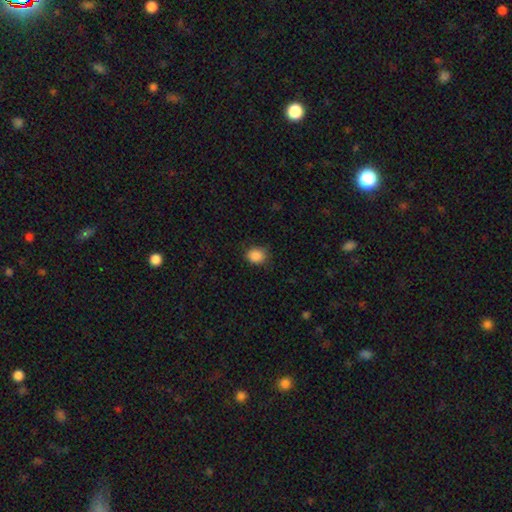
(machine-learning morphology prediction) Q: Smooth or featured?
A: smooth (88%); runner-up: star or artifact (9%)
Q: How rounded?
A: round (67%); runner-up: in between (32%)
Q: Merging?
A: none (82%); runner-up: minor disturbance (14%)